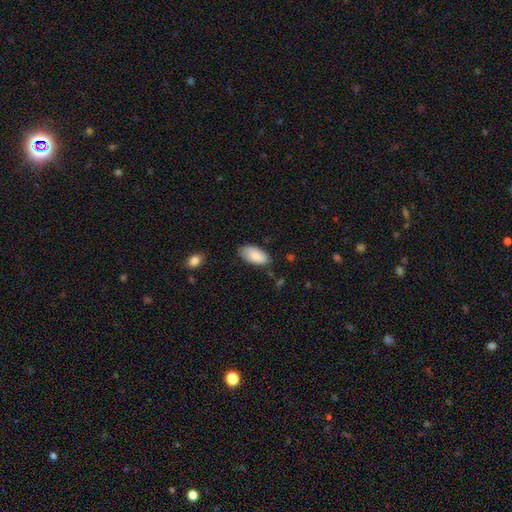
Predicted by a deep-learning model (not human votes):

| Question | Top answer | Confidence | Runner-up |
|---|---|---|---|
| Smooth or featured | smooth | 87% | featured or disk (7%) |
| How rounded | in between | 94% | cigar-shaped (3%) |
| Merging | none | 76% | minor disturbance (19%) |